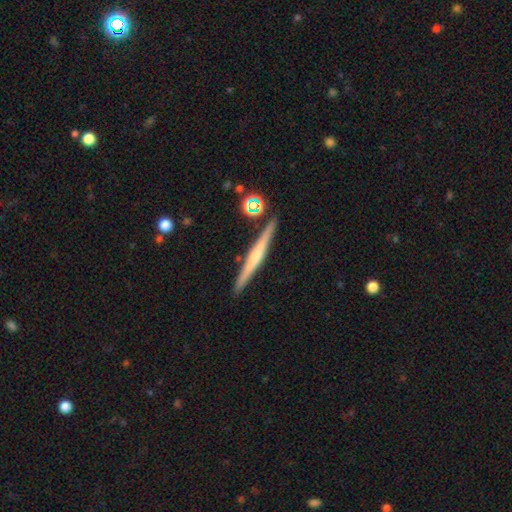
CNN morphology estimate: Smooth or featured: featured or disk — 61% (smooth — 31%)
Edge-on disk: yes — 98% (no — 2%)
Edge-on bulge: rounded — 54% (none — 35%)
Merging: none — 89% (minor disturbance — 7%)